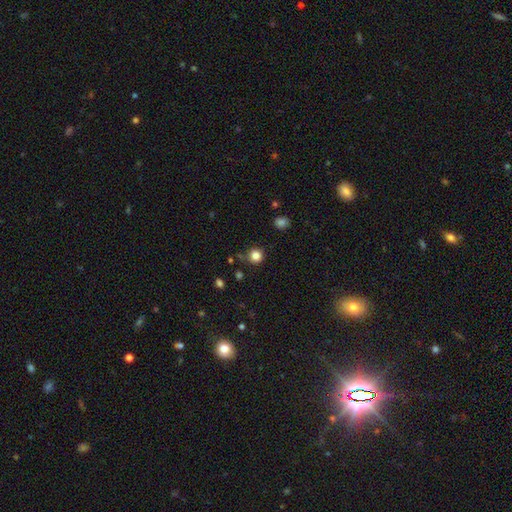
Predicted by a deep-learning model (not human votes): Q: Smooth or featured?
A: smooth (83%); runner-up: star or artifact (13%)
Q: How rounded?
A: round (93%); runner-up: in between (6%)
Q: Merging?
A: none (84%); runner-up: minor disturbance (10%)